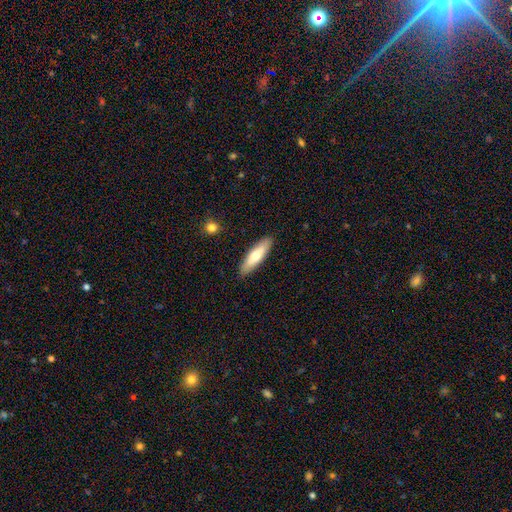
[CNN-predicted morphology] Smooth or featured?
  - smooth: 65% *
  - featured or disk: 29%
  - star or artifact: 5%
How rounded?
  - cigar-shaped: 61% *
  - in between: 37%
  - round: 2%
Merging?
  - none: 90% *
  - minor disturbance: 8%
  - major disturbance: 2%
  - merger: 1%